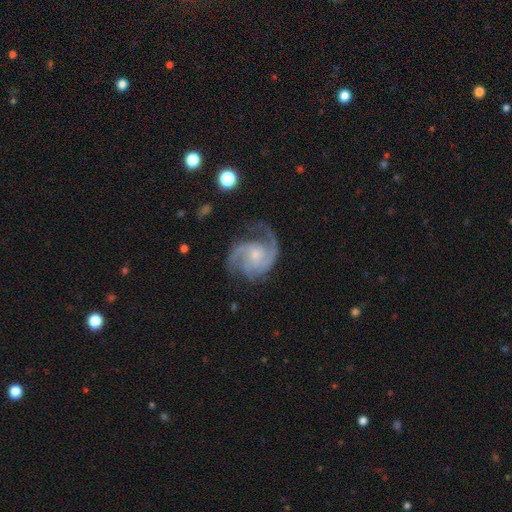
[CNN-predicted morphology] Overall: featured or disk (90%). Edge-on disk: no (98%). Bar: no (67%; weak 28%). Spiral arms: yes (98%). Spiral arm count: 2 (39%; 3 38%). Spiral winding: medium (55%; tight 29%). Bulge size: small (67%). Merging: none (66%).